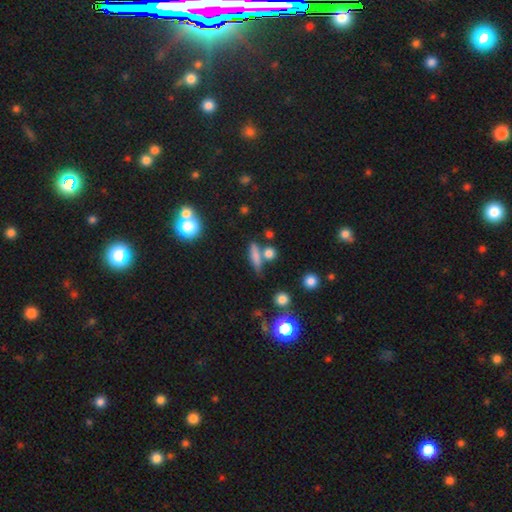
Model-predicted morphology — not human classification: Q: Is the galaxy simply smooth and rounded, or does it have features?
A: smooth — 71%.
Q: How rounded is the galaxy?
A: cigar-shaped — 64%.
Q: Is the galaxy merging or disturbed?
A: none — 61%.